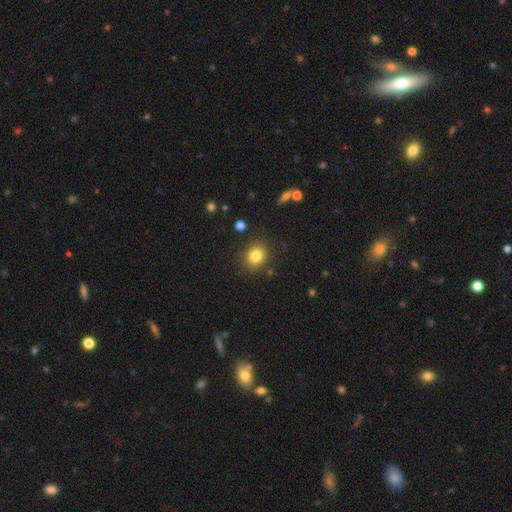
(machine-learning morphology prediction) Overall: smooth (82%). How rounded: round (69%; in between 30%). Merging: none (85%).